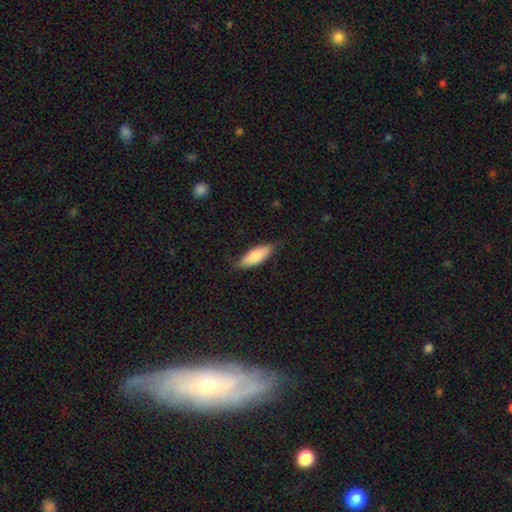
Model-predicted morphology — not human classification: type=smooth (77%); roundness=in between (68%); merging=none (76%).